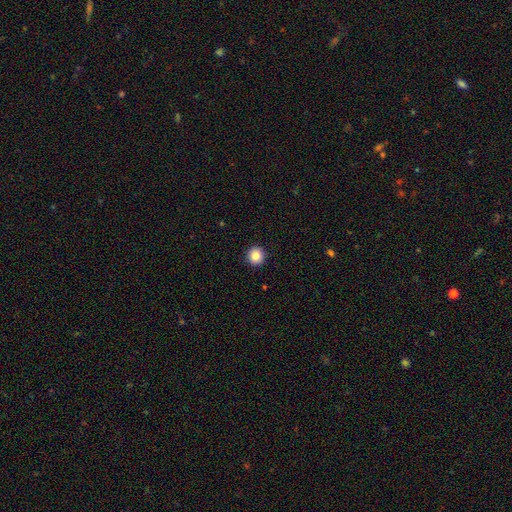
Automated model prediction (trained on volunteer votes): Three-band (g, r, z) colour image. It shows a smooth galaxy with no disk features (85%) that is round (94%). Merging: none (93%).